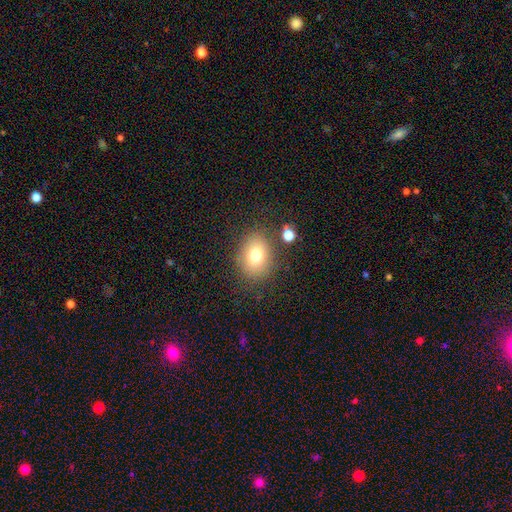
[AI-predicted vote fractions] Smooth or featured?
  - smooth: 75% *
  - featured or disk: 12%
  - star or artifact: 12%
How rounded?
  - in between: 55% *
  - round: 44%
  - cigar-shaped: 1%
Merging?
  - none: 80% *
  - minor disturbance: 12%
  - major disturbance: 4%
  - merger: 4%